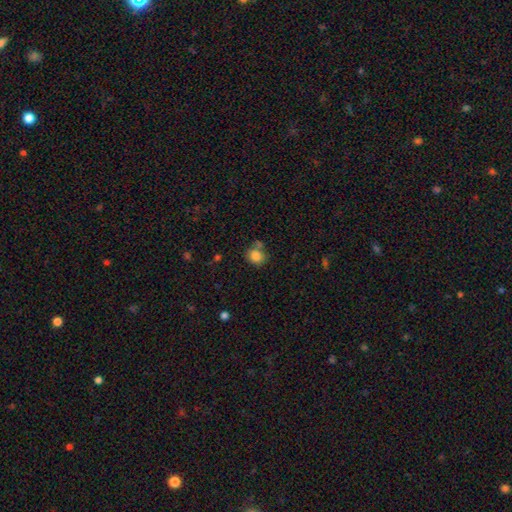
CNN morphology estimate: This appears to be a smooth galaxy with no disk features (84%) that is round (76%). Merging: none (60%).